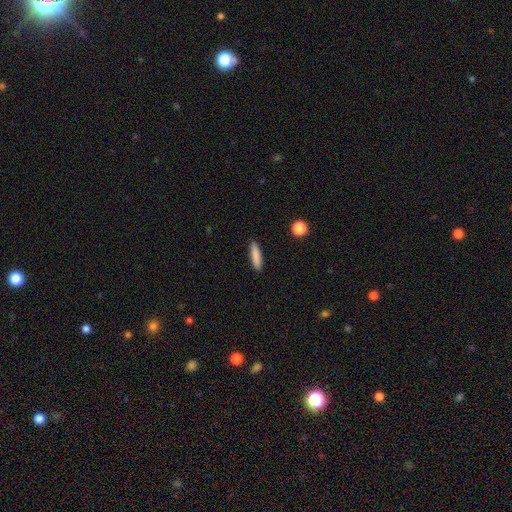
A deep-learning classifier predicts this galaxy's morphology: A smooth galaxy with no disk features (85%) that is cigar-shaped (83%). Merging: none (91%).